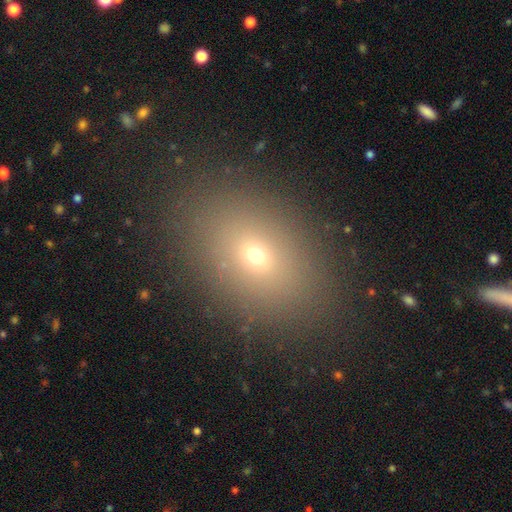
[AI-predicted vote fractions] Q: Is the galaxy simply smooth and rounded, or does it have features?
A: smooth — 64%.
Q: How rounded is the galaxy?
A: in between — 70%.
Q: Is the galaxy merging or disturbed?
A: none — 86%.